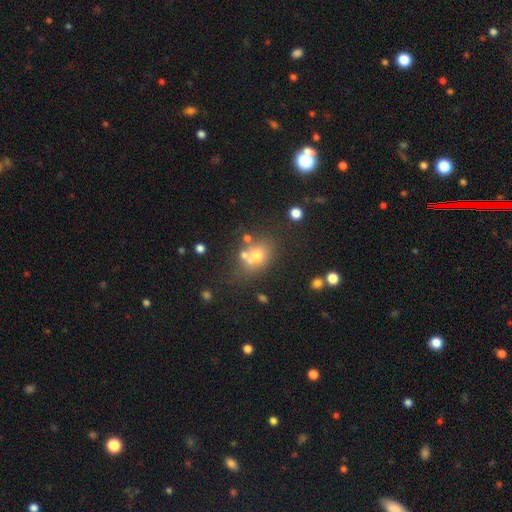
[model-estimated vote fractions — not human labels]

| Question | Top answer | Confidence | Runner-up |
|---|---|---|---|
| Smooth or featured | smooth | 63% | featured or disk (20%) |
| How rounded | in between | 51% | round (48%) |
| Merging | none | 53% | merger (26%) |